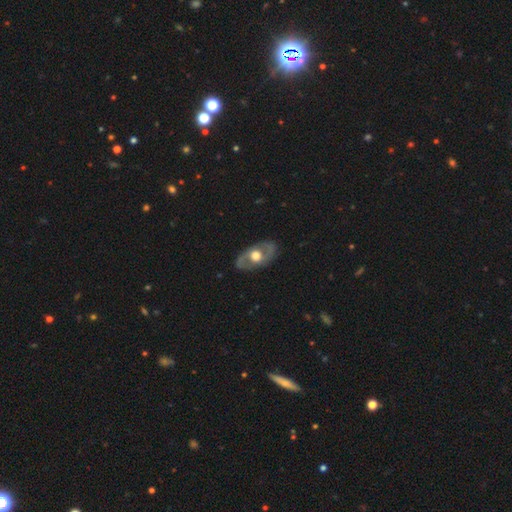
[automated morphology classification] Smooth or featured? featured or disk (69%)
Edge-on disk? no (87%)
Bar? no (79%)
Spiral arms? no (53%)
Bulge size? moderate (53%)
Merging? none (83%)